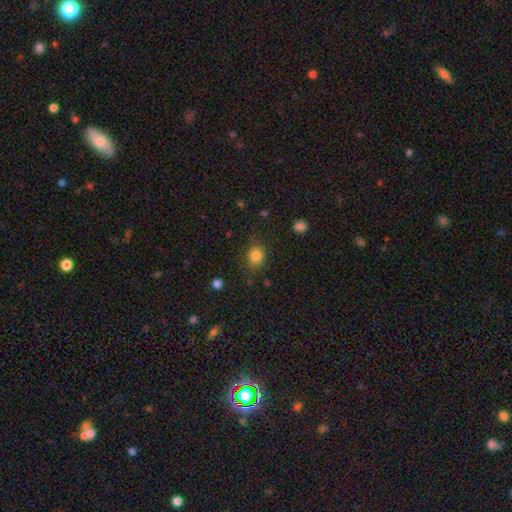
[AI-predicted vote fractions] This appears to be a smooth galaxy with no disk features (84%) that is round (56%). Merging: none (79%).